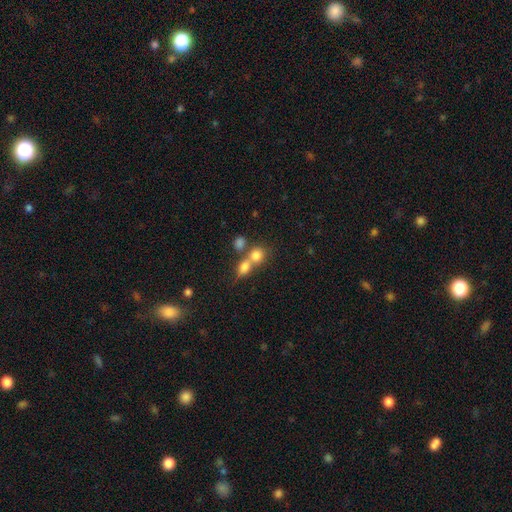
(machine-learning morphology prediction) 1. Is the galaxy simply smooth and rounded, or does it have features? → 77% smooth, 12% star or artifact, 11% featured or disk.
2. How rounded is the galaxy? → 72% round, 26% in between, 2% cigar-shaped.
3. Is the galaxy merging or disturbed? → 53% merger, 35% none, 7% minor disturbance, 4% major disturbance.